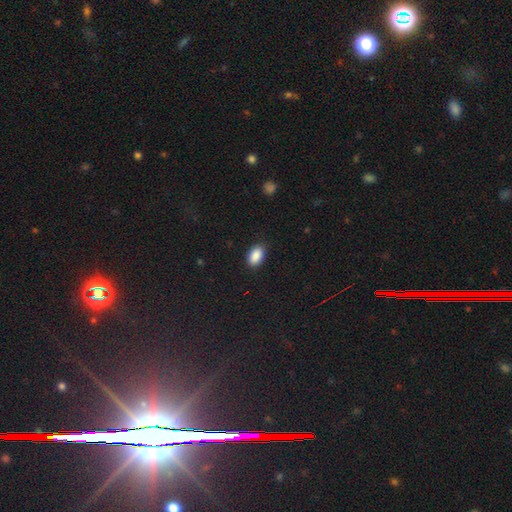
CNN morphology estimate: Q: Smooth or featured?
A: smooth (90%); runner-up: star or artifact (7%)
Q: How rounded?
A: in between (93%); runner-up: round (6%)
Q: Merging?
A: none (87%); runner-up: minor disturbance (10%)